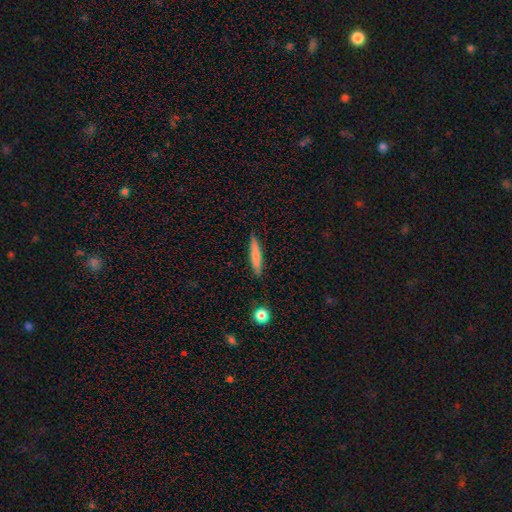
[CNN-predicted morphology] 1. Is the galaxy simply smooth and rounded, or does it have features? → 71% smooth, 23% featured or disk, 6% star or artifact.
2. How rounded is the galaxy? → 92% cigar-shaped, 6% in between, 2% round.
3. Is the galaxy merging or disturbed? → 88% none, 9% minor disturbance, 2% major disturbance, 2% merger.